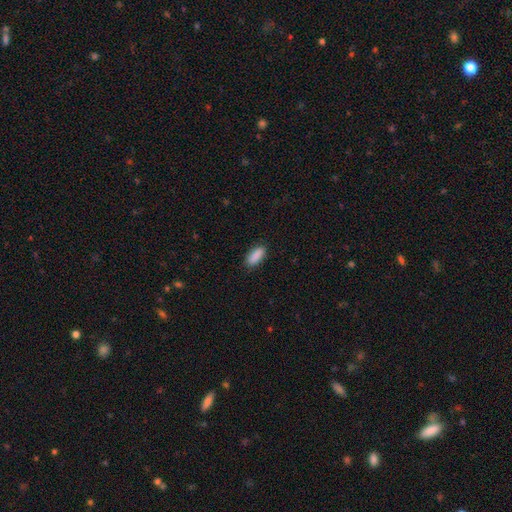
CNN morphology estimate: type=smooth (89%); roundness=in between (76%); merging=none (86%).